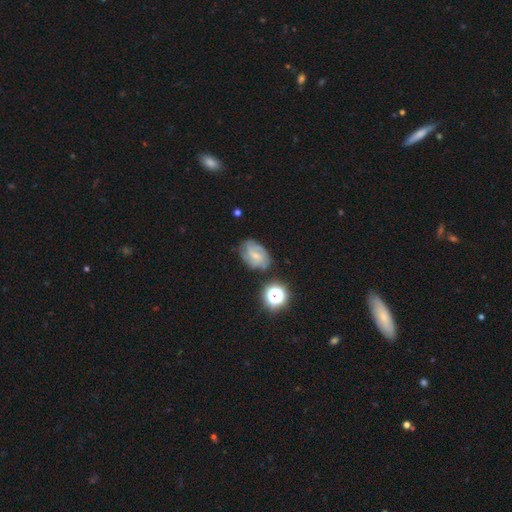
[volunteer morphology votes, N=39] Smooth or featured? featured or disk (64%)
Edge-on disk? no (96%)
Bar? weak (62%)
Spiral arms? yes (96%)
Spiral winding? tight (43%)
Spiral arm count? can't tell (52%)
Bulge size? small (71%)
Merging? none (75%)